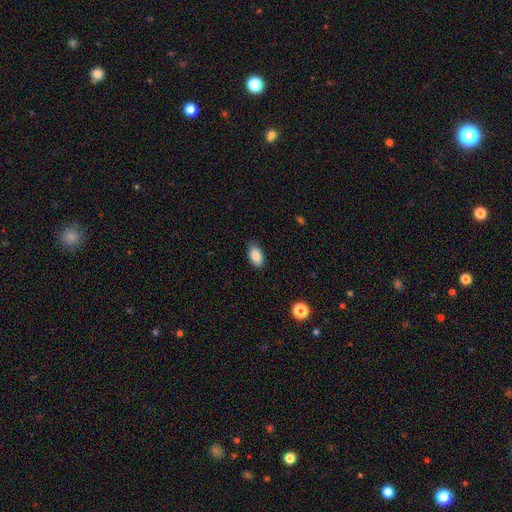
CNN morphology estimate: A smooth galaxy with no disk features (87%) that is in between round and cigar-shaped (93%). Merging: none (85%).